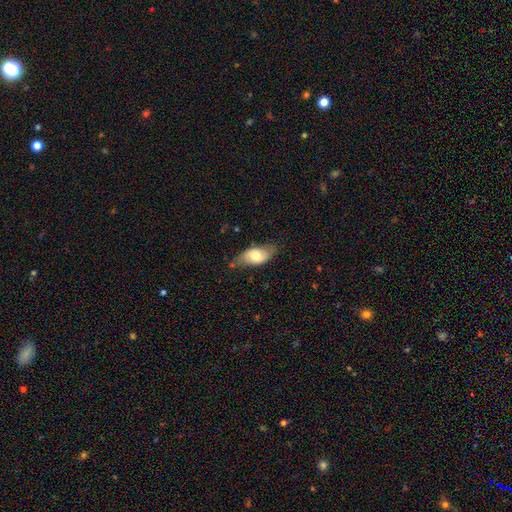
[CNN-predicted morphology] This is likely a smooth galaxy (64%). How rounded: clearly in between (90%). Merging: likely none (67%).